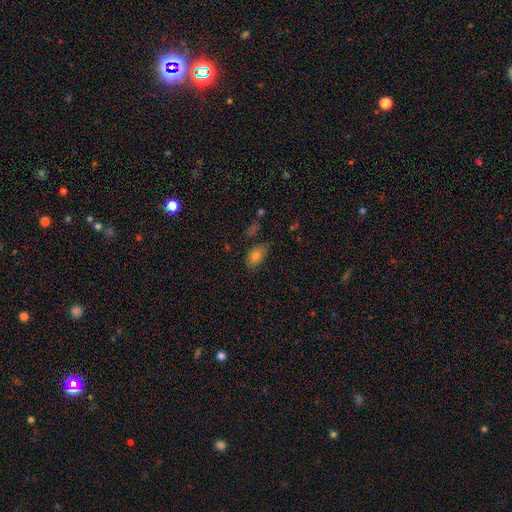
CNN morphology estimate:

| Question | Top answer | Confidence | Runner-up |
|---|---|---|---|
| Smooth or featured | smooth | 77% | featured or disk (12%) |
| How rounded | in between | 90% | round (8%) |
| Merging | none | 72% | minor disturbance (20%) |